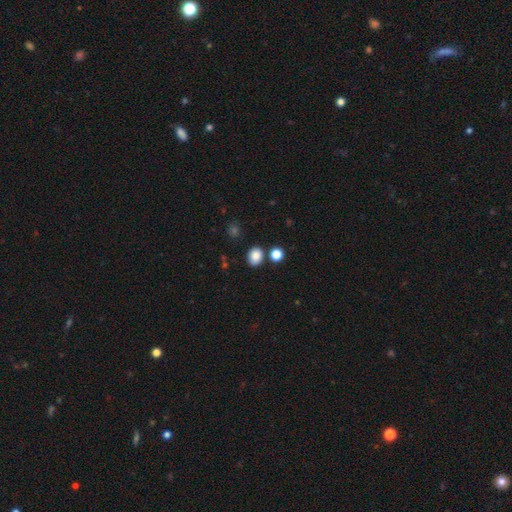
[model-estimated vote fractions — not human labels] Smooth or featured? smooth (84%)
How rounded? in between (50%)
Merging? none (80%)